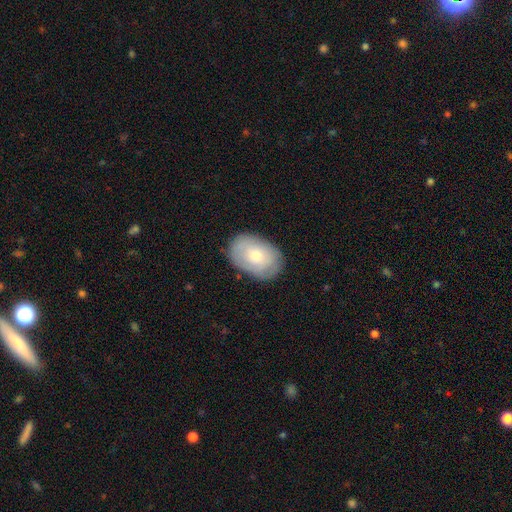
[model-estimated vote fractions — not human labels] Smooth or featured?
  - smooth: 66% *
  - featured or disk: 28%
  - star or artifact: 6%
How rounded?
  - in between: 84% *
  - round: 15%
  - cigar-shaped: 1%
Merging?
  - none: 81% *
  - minor disturbance: 15%
  - major disturbance: 3%
  - merger: 1%